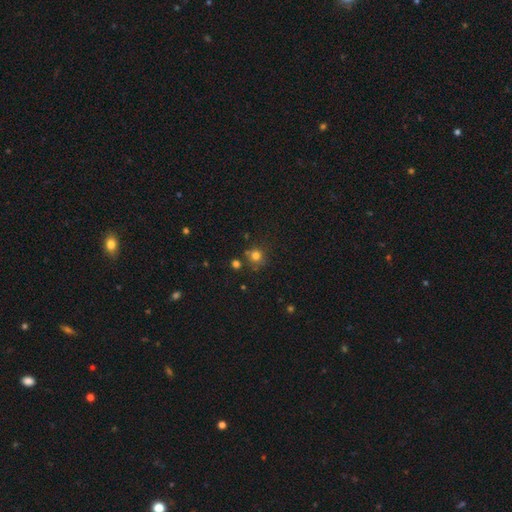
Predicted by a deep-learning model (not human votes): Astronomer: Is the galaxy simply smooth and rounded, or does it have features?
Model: smooth — 77%.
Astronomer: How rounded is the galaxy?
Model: round — 91%.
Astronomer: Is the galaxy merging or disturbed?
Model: none — 74%.